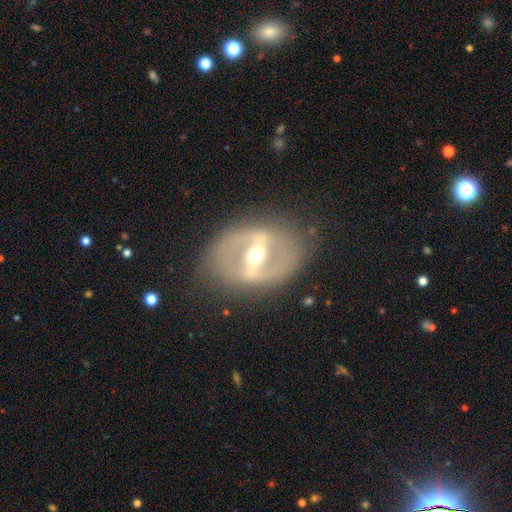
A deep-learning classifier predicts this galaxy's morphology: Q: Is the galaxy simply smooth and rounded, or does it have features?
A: featured or disk — 82%.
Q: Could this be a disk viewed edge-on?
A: no — 91%.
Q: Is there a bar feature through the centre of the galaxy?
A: strong — 72%.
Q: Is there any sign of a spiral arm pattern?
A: no — 51%.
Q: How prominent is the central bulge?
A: moderate — 71%.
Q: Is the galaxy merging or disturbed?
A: none — 78%.